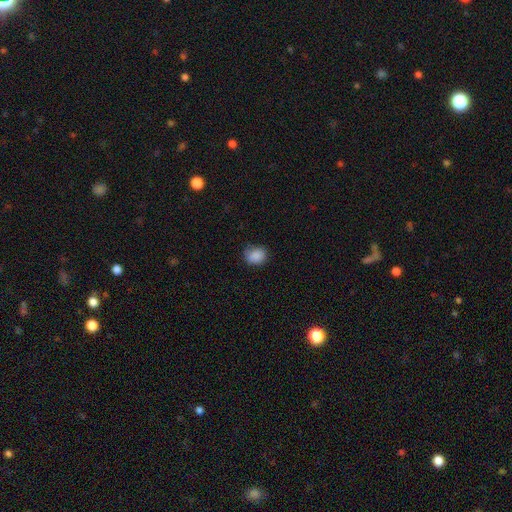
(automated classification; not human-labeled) Q: Smooth or featured?
A: smooth (88%); runner-up: star or artifact (8%)
Q: How rounded?
A: round (63%); runner-up: in between (37%)
Q: Merging?
A: none (71%); runner-up: minor disturbance (23%)